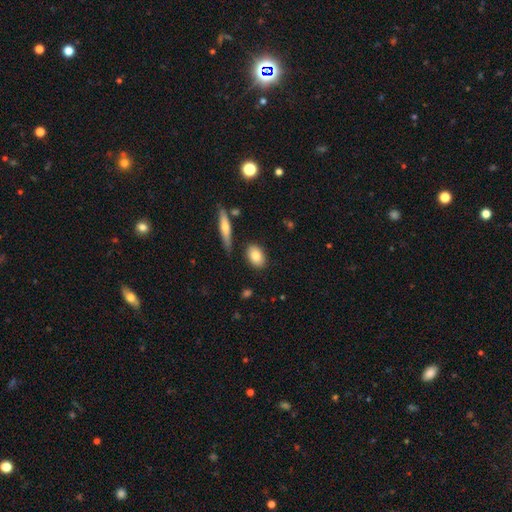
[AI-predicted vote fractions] This is clearly a smooth galaxy (81%). How rounded: clearly in between (84%). Merging: clearly none (83%).